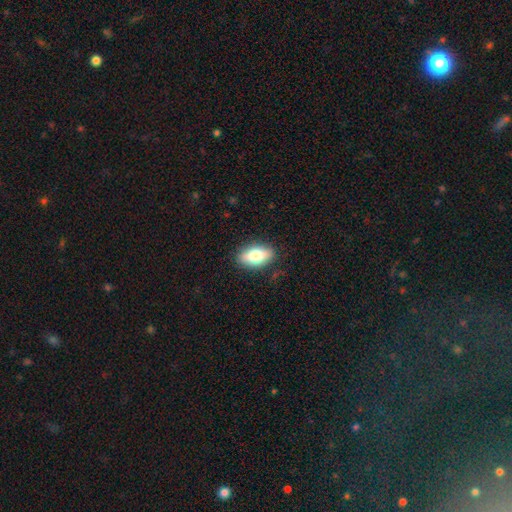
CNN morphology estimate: Smooth or featured? Predicted: smooth (p=0.73). How rounded? Predicted: in between (p=0.87). Merging? Predicted: none (p=0.86).